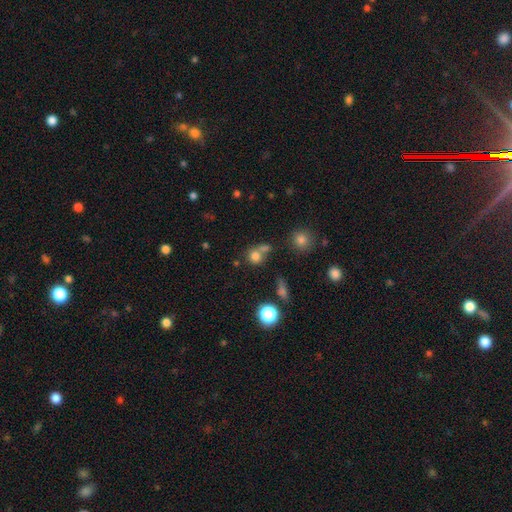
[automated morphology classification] The model was most divided on "merging": none: 50%, merger: 36%, minor disturbance: 9%, major disturbance: 5%. More confident: how rounded — round (83%); smooth or featured — smooth (75%).